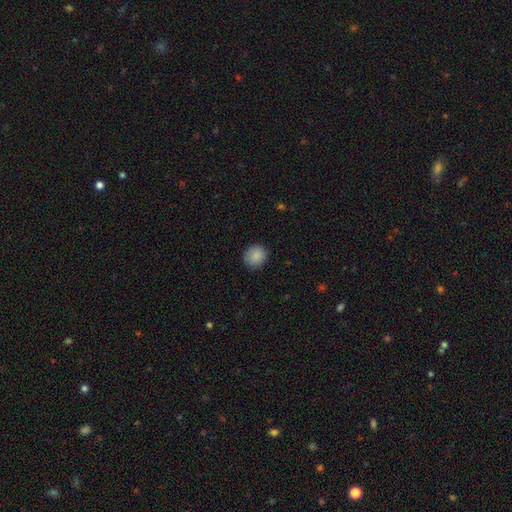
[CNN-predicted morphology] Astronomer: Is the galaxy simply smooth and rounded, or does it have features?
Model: smooth — 88%.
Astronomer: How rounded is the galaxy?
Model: round — 83%.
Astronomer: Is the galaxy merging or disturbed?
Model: none — 87%.